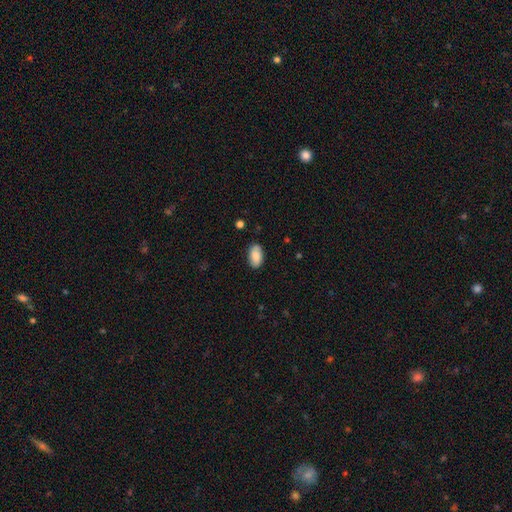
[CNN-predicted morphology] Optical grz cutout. It shows a smooth galaxy with no disk features (85%) that is in between round and cigar-shaped (94%). Merging: none (86%).